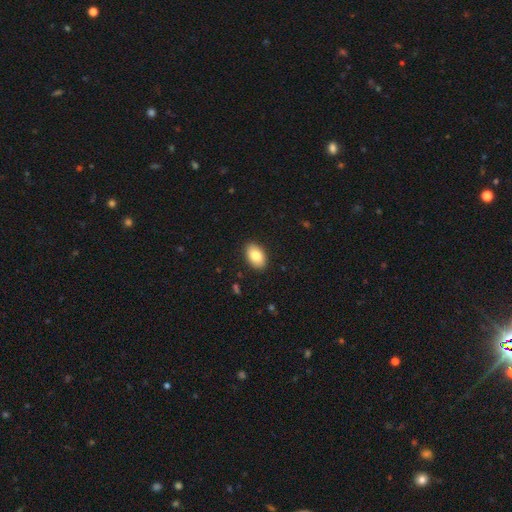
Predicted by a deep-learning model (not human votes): Overall: smooth (84%). How rounded: in between (92%). Merging: none (90%).